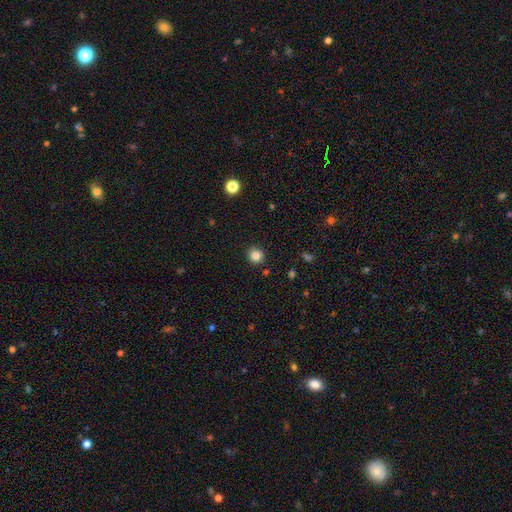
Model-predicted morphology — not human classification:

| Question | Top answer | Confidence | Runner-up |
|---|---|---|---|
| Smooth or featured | smooth | 83% | star or artifact (12%) |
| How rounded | round | 93% | in between (6%) |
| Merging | none | 90% | minor disturbance (6%) |